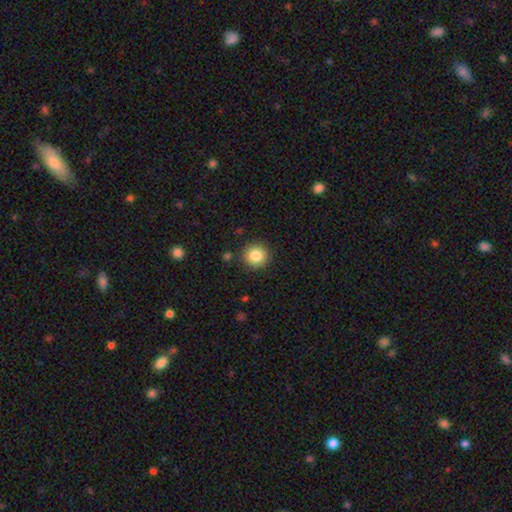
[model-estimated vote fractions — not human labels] smooth-or-featured: smooth: 84% | star or artifact: 10% | featured or disk: 6%
  how-rounded: round: 93% | in between: 6% | cigar-shaped: 1%
  merging: none: 89% | minor disturbance: 7% | major disturbance: 2% | merger: 2%